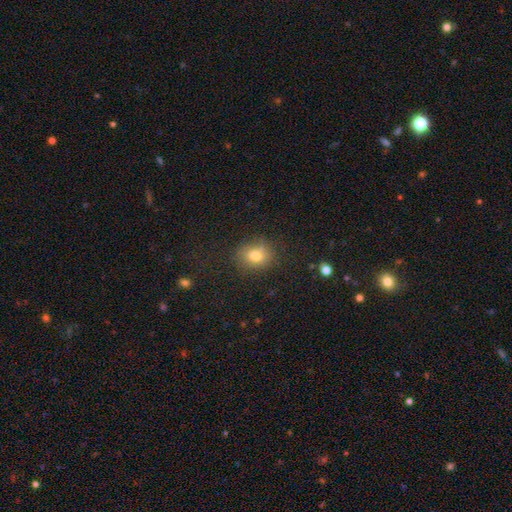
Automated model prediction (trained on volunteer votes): smooth 77%, star or artifact 13%, featured or disk 9%. Down the decision tree: how rounded — round (66%); merging — none (82%).